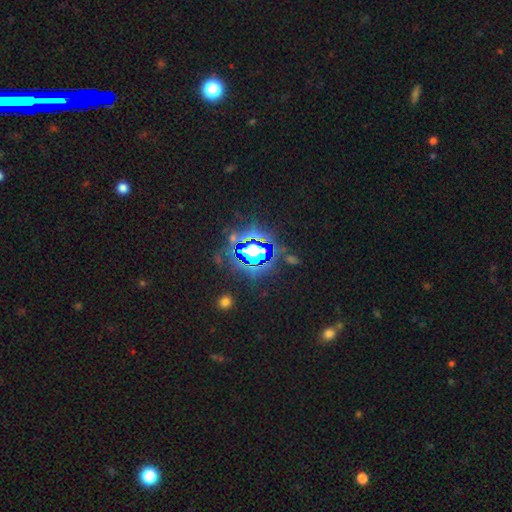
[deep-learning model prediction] Smooth or featured: star or artifact — 76% (smooth — 15%)